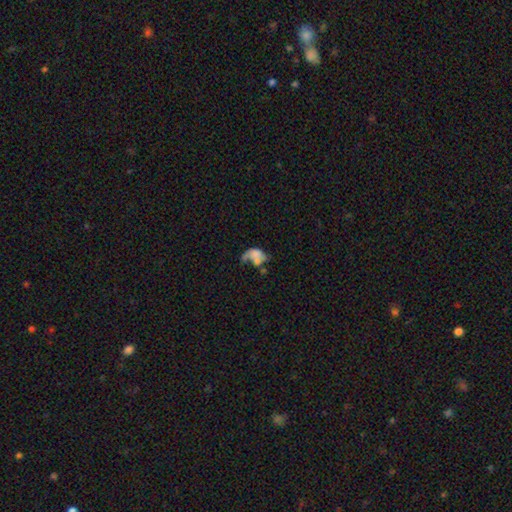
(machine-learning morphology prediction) smooth-or-featured: smooth: 49% | featured or disk: 39% | star or artifact: 12%
  merging: major disturbance: 34% | merger: 33% | none: 18% | minor disturbance: 15%